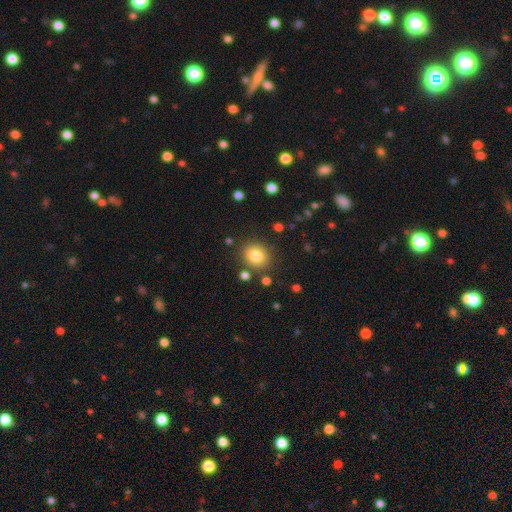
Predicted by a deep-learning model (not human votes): Q: Smooth or featured?
A: smooth (81%); runner-up: star or artifact (11%)
Q: How rounded?
A: round (72%); runner-up: in between (27%)
Q: Merging?
A: none (84%); runner-up: minor disturbance (9%)